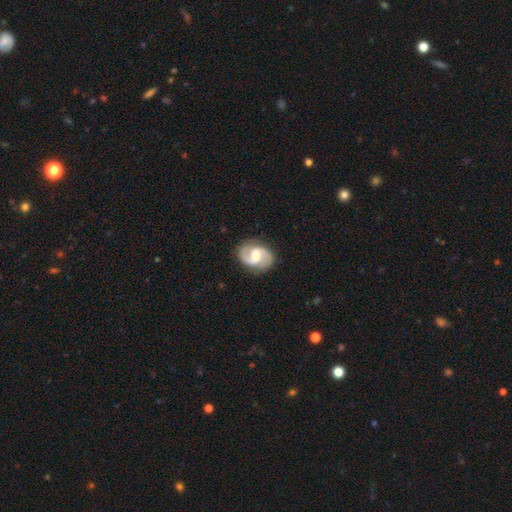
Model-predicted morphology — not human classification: A featured or disk galaxy (88%) with a weak bar (53%), 2 (93%) medium (57%) spiral arms (97%) and a moderate central bulge (61%). Merging: none (86%).